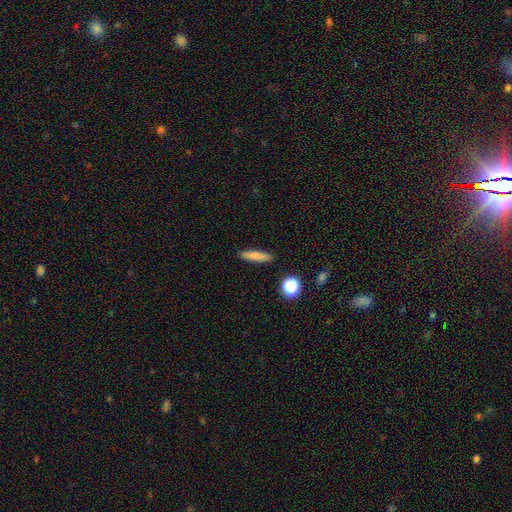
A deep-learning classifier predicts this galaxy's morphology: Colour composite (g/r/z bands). It shows a smooth galaxy with no disk features (78%) that is cigar-shaped (78%). Merging: none (89%).